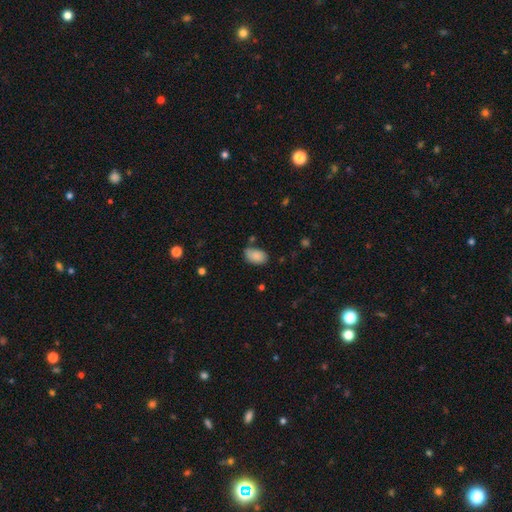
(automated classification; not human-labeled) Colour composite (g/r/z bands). It shows a smooth galaxy with no disk features (86%) that is in between round and cigar-shaped (91%). Merging: none (64%).